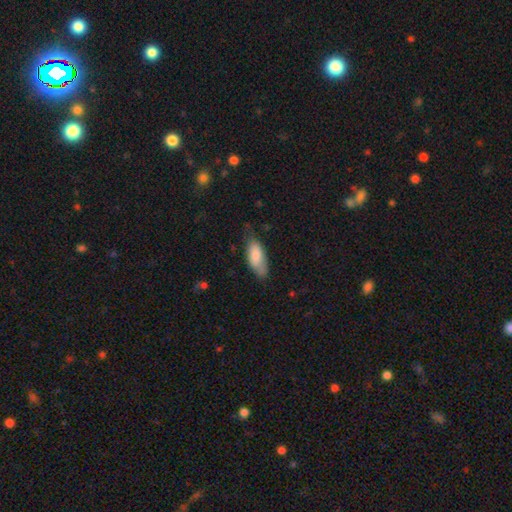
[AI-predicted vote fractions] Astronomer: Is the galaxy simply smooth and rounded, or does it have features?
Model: smooth — 81%.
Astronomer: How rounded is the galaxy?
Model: in between — 80%.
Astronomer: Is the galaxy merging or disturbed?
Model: none — 60%.